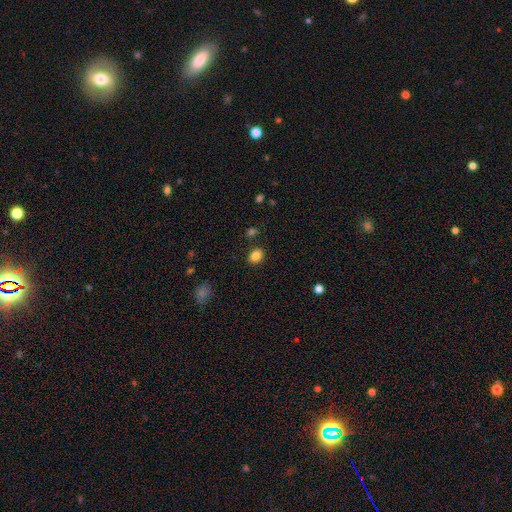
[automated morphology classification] smooth 85%, star or artifact 11%, featured or disk 4%. Down the decision tree: how rounded — in between (50%); merging — none (85%).